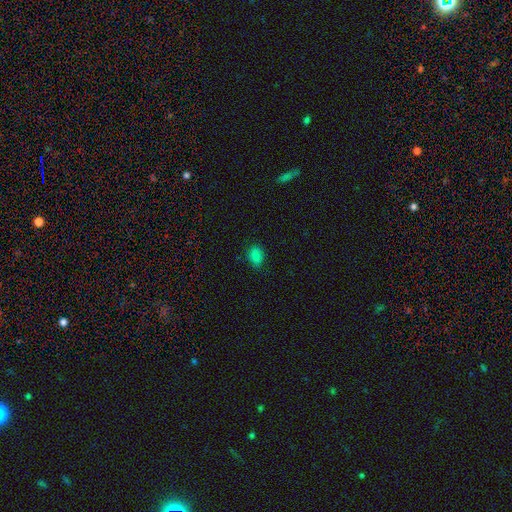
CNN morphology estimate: Overall: smooth (82%). How rounded: in between (83%). Merging: none (78%).